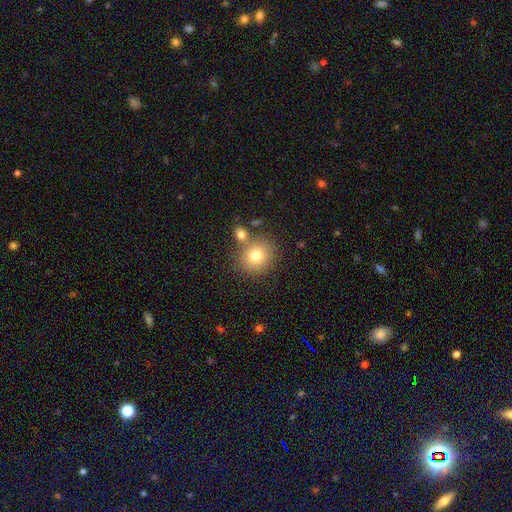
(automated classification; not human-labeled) The model was most divided on "merging": none: 68%, merger: 18%, minor disturbance: 11%, major disturbance: 4%. More confident: how rounded — round (82%); smooth or featured — smooth (76%).